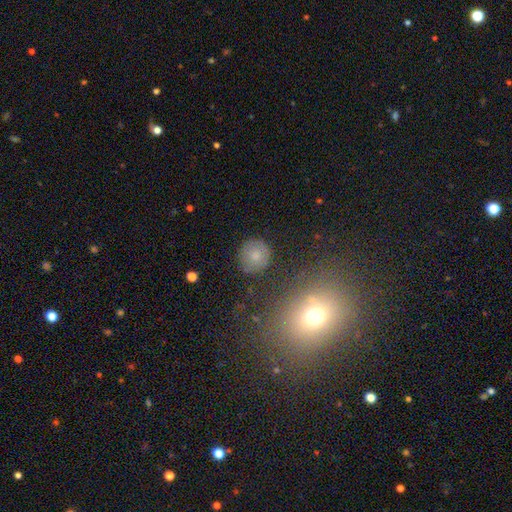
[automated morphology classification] Q: Smooth or featured?
A: smooth (76%); runner-up: featured or disk (14%)
Q: How rounded?
A: round (87%); runner-up: in between (12%)
Q: Merging?
A: none (81%); runner-up: minor disturbance (13%)